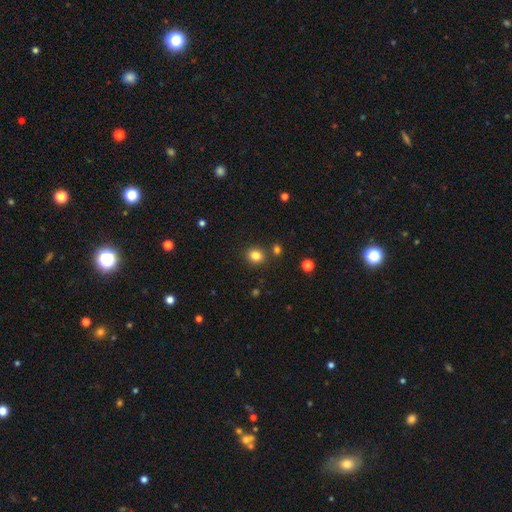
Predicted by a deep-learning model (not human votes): Smooth or featured? smooth (82%)
How rounded? round (74%)
Merging? none (84%)